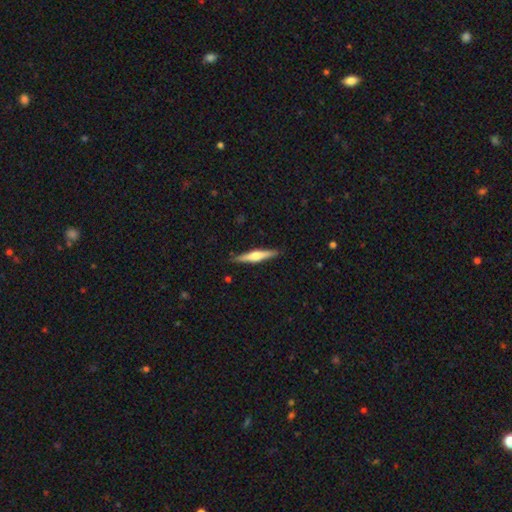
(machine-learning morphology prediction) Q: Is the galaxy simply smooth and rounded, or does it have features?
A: featured or disk — 60%.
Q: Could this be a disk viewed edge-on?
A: yes — 97%.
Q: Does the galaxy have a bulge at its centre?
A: rounded — 84%.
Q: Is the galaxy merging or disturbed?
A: none — 89%.